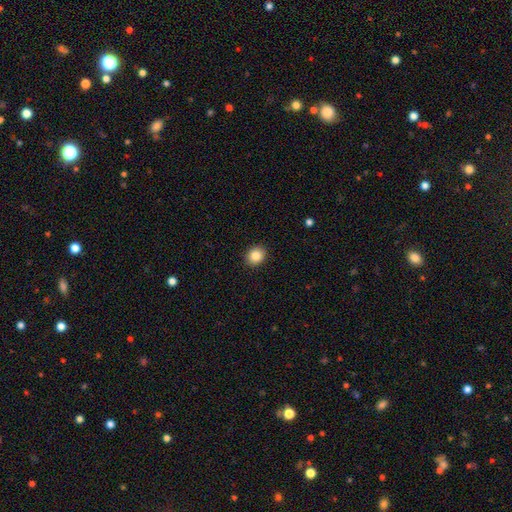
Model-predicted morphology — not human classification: This is clearly a smooth galaxy (86%). How rounded: likely round (70%). Merging: clearly none (91%).